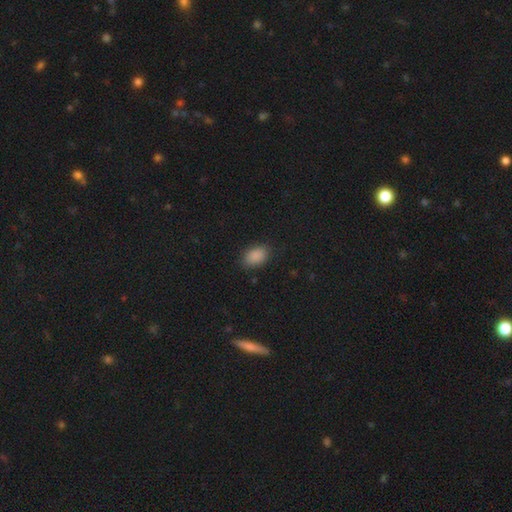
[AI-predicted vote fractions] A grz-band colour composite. It shows a smooth galaxy with no disk features (88%) that is in between round and cigar-shaped (86%). Merging: none (84%).